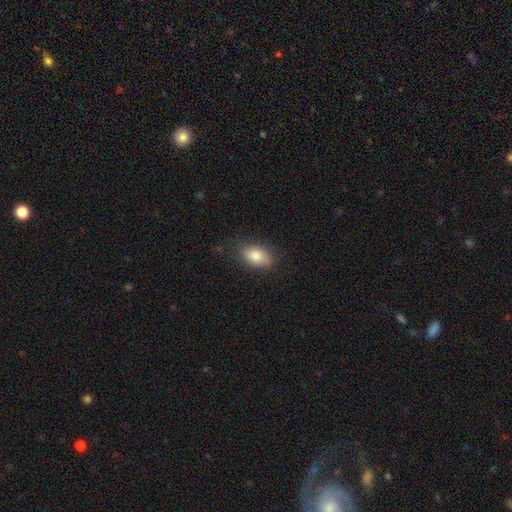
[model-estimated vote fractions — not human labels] Smooth or featured? Predicted: smooth (p=0.83). How rounded? Predicted: in between (p=0.89). Merging? Predicted: none (p=0.77).